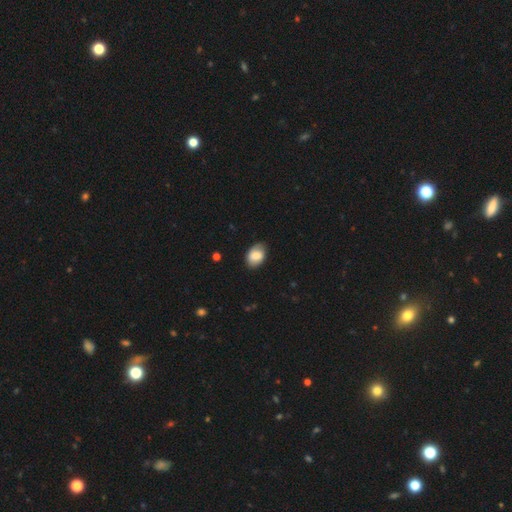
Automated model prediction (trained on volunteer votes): Smooth or featured: smooth — 79% (featured or disk — 14%)
How rounded: in between — 82% (round — 17%)
Merging: none — 74% (minor disturbance — 21%)